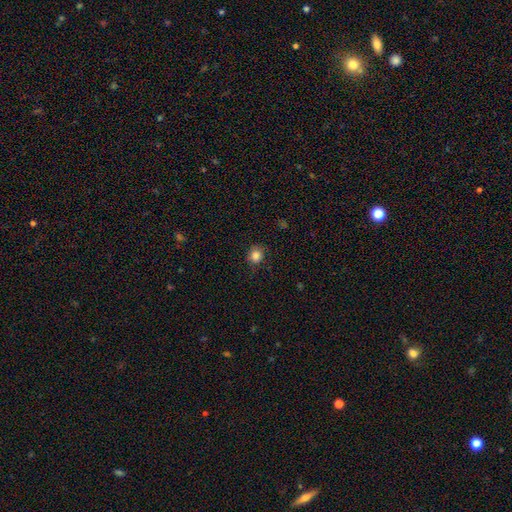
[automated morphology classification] This appears to be a smooth galaxy with no disk features (84%) that is round (85%). Merging: none (84%).